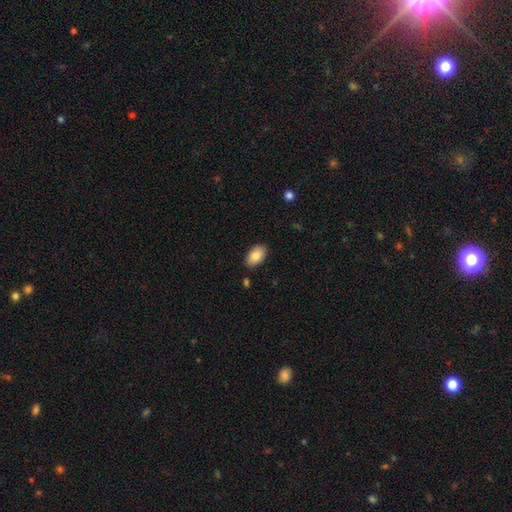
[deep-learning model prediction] Smooth or featured: smooth — 84% (featured or disk — 10%)
How rounded: in between — 93% (round — 6%)
Merging: none — 87% (minor disturbance — 10%)